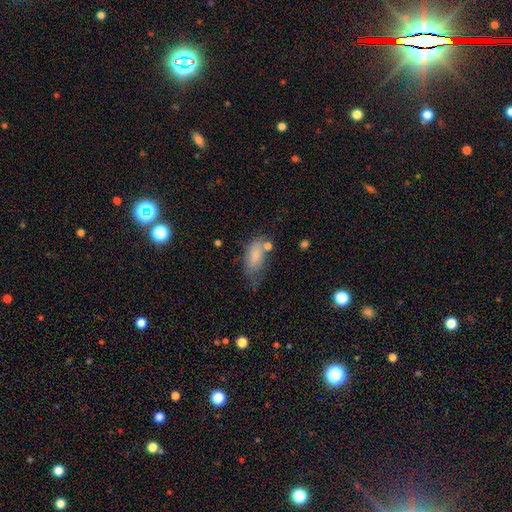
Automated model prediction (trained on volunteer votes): A smooth galaxy with no disk features (79%) that is in between round and cigar-shaped (89%). Merging: none (45%).